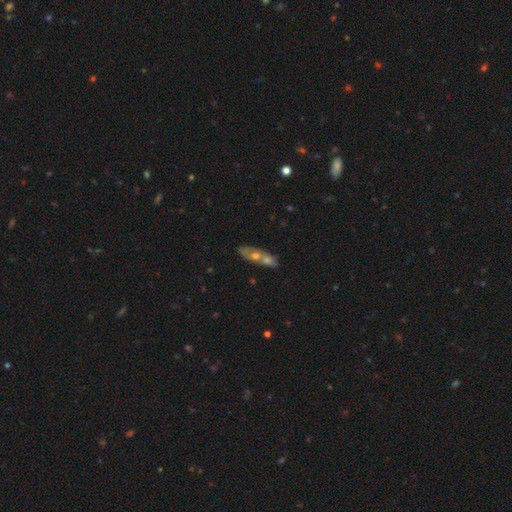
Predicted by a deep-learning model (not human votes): Smooth or featured?
  - featured or disk: 48% *
  - smooth: 42%
  - star or artifact: 10%
Merging?
  - merger: 45% *
  - none: 37%
  - minor disturbance: 12%
  - major disturbance: 6%